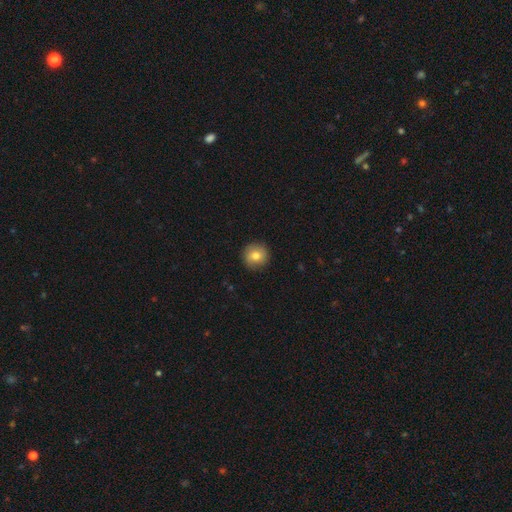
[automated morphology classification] smooth 79%, featured or disk 12%, star or artifact 9%. Down the decision tree: how rounded — round (95%); merging — none (90%).